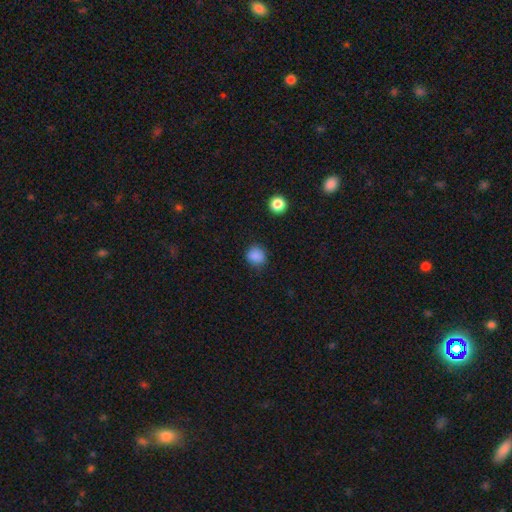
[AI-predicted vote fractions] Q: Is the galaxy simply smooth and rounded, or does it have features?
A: smooth — 86%.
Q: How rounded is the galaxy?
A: round — 83%.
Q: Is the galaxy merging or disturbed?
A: none — 82%.